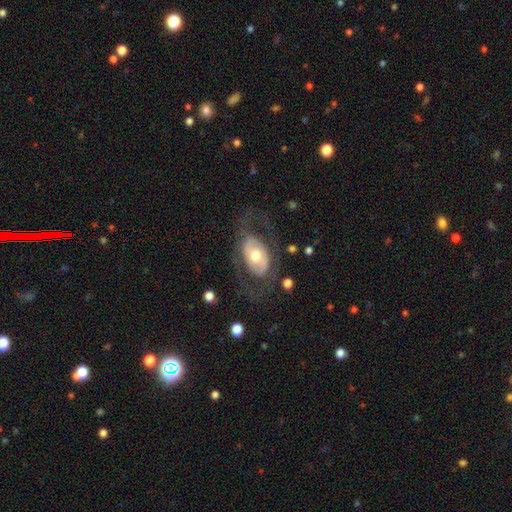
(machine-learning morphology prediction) A featured or disk galaxy (59%) with no bar (70%), no spiral arms (59%) and a moderate central bulge (68%).

Vote fractions:
- Smooth or featured? featured or disk: 59% / smooth: 36% / star or artifact: 6%
- Edge-on disk? no: 91% / yes: 9%
- Bar? no: 70% / weak: 20% / strong: 9%
- Spiral arms? no: 59% / yes: 41%
- Bulge size? moderate: 68% / large: 18% / small: 11% / dominant: 2% / none: 1%
- Merging? none: 67% / major disturbance: 18% / minor disturbance: 14% / merger: 2%